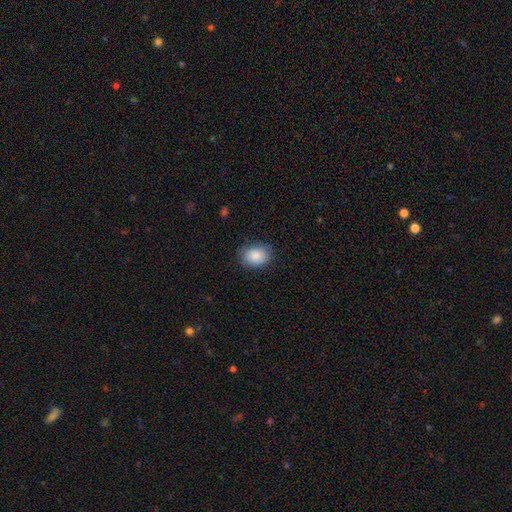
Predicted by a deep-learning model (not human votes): A smooth galaxy with no disk features (87%) that is in between round and cigar-shaped (62%).

Vote fractions:
- Smooth or featured? smooth: 87% / star or artifact: 7% / featured or disk: 5%
- How rounded? in between: 62% / round: 37% / cigar-shaped: 1%
- Merging? none: 82% / minor disturbance: 14% / major disturbance: 3% / merger: 1%